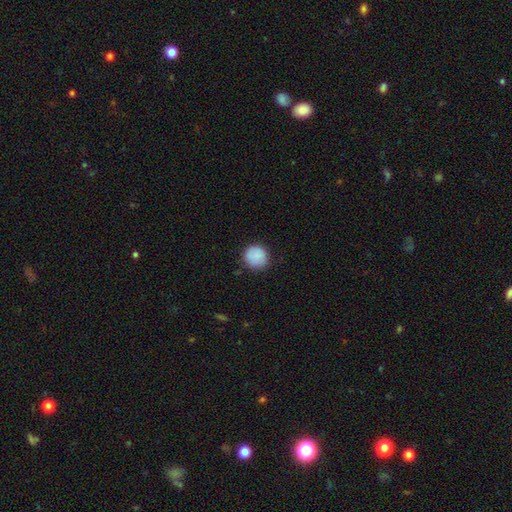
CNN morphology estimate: Smooth or featured? smooth (88%)
How rounded? round (92%)
Merging? none (86%)